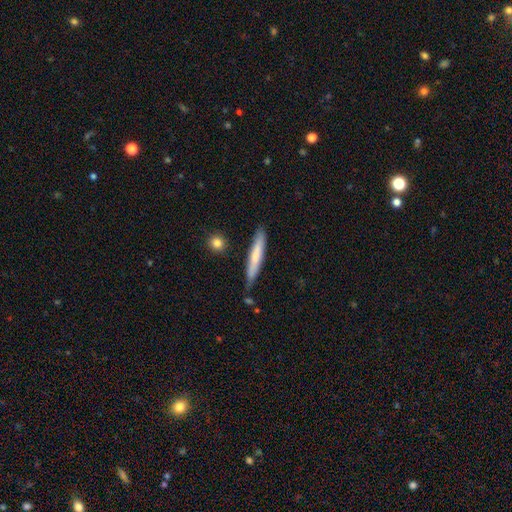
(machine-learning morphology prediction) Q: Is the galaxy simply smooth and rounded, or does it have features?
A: smooth — 63%.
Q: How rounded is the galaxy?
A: cigar-shaped — 93%.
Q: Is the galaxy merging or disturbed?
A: none — 77%.